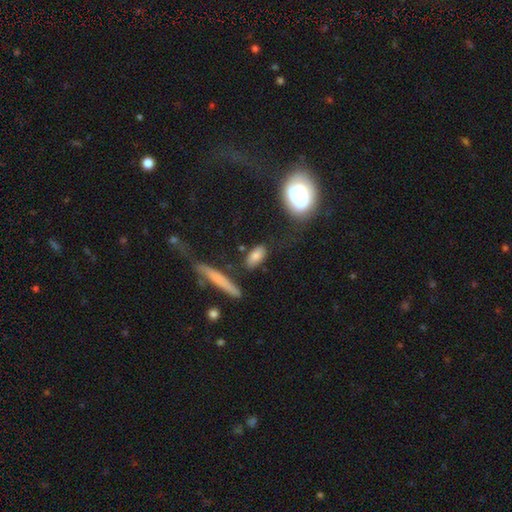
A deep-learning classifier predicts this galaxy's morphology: Smooth or featured? smooth (78%)
How rounded? in between (79%)
Merging? none (71%)